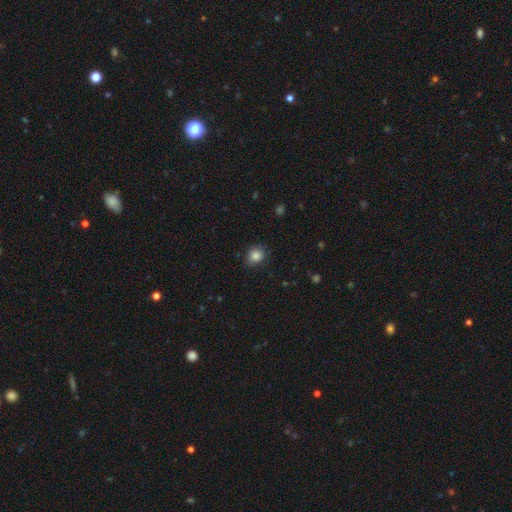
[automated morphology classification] This is clearly a smooth galaxy (85%). How rounded: likely round (67%). Merging: likely none (80%).